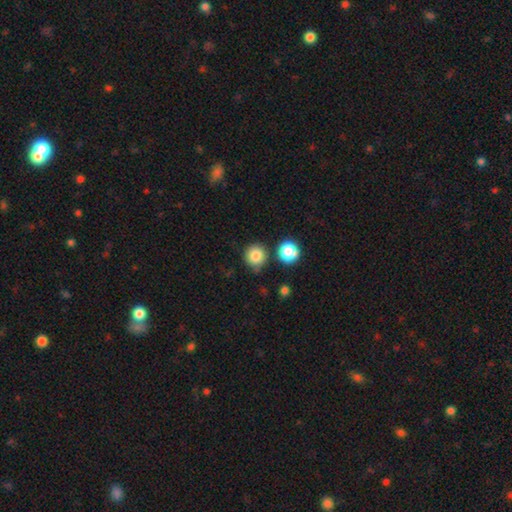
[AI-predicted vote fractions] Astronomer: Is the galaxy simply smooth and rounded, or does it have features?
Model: smooth — 84%.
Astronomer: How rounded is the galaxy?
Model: round — 93%.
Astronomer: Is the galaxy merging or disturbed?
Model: none — 77%.